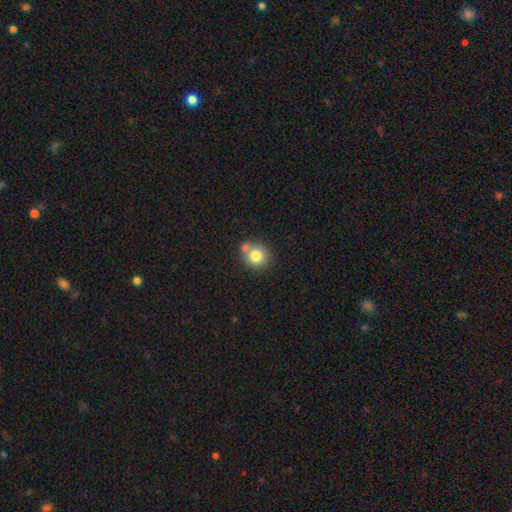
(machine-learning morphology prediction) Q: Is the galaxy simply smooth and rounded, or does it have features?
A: smooth — 79%.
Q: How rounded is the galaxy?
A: round — 88%.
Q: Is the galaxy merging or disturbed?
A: none — 58%.